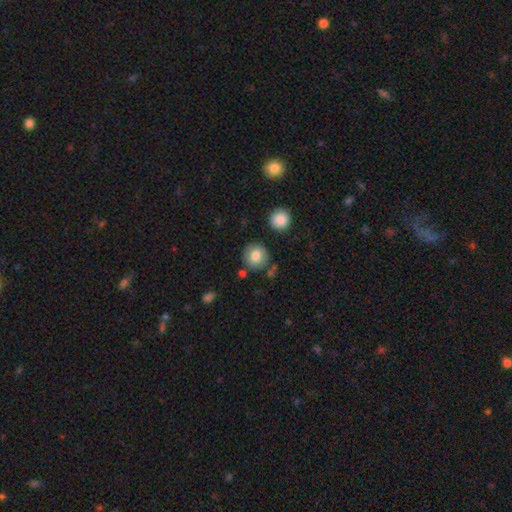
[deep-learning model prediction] Smooth or featured? smooth (78%)
How rounded? round (86%)
Merging? none (79%)